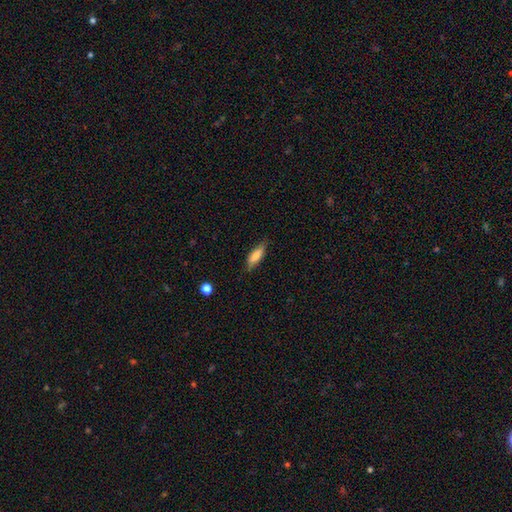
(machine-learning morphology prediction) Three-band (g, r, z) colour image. It shows a smooth galaxy with no disk features (75%) that is in between round and cigar-shaped (49%, tied with cigar-shaped). Merging: none (79%).